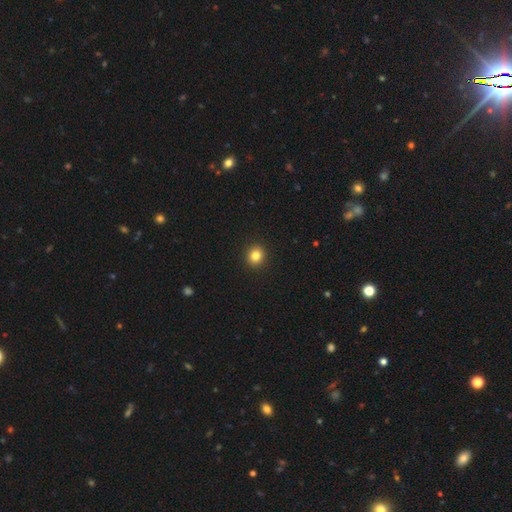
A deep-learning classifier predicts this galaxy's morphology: This appears to be a smooth galaxy with no disk features (83%) that is round (89%). Merging: none (93%).